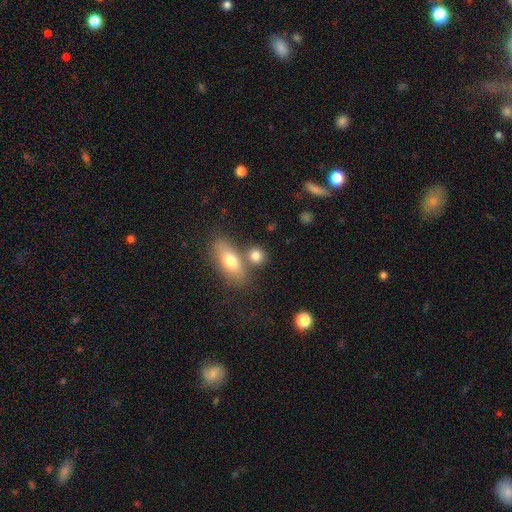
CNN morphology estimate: This appears to be a smooth galaxy with no disk features (79%) that is round (56%). Merging: none (60%).